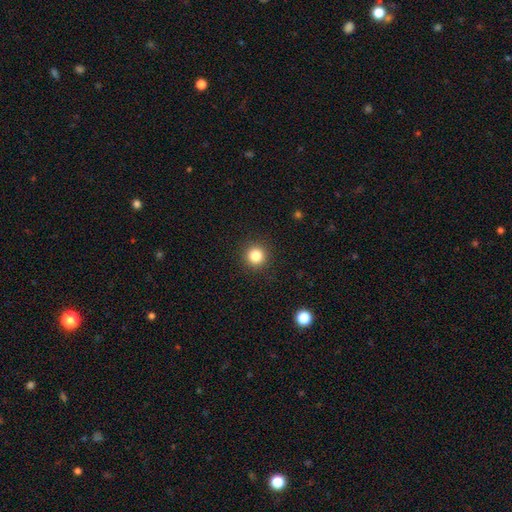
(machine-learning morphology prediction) smooth-or-featured: smooth: 84% | star or artifact: 11% | featured or disk: 5%
  how-rounded: round: 95% | in between: 4% | cigar-shaped: 1%
  merging: none: 92% | minor disturbance: 5% | major disturbance: 2% | merger: 1%